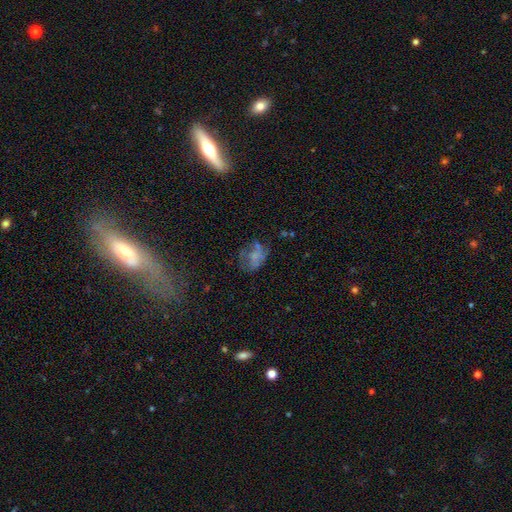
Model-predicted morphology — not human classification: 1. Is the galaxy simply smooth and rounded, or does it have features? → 44% smooth, 40% featured or disk, 16% star or artifact.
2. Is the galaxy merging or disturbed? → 42% none, 27% major disturbance, 24% minor disturbance, 7% merger.